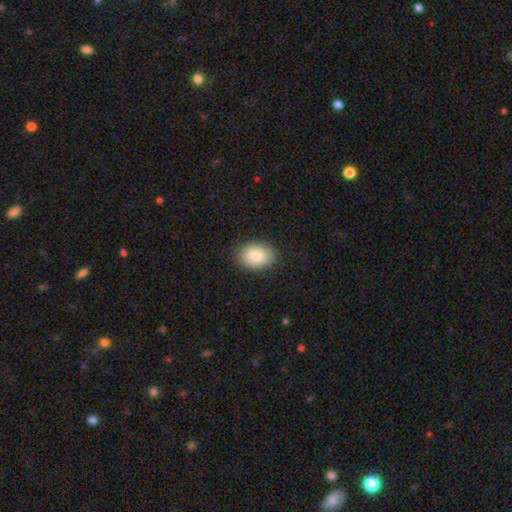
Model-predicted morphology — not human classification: Overall: smooth (83%). How rounded: in between (75%). Merging: none (86%).